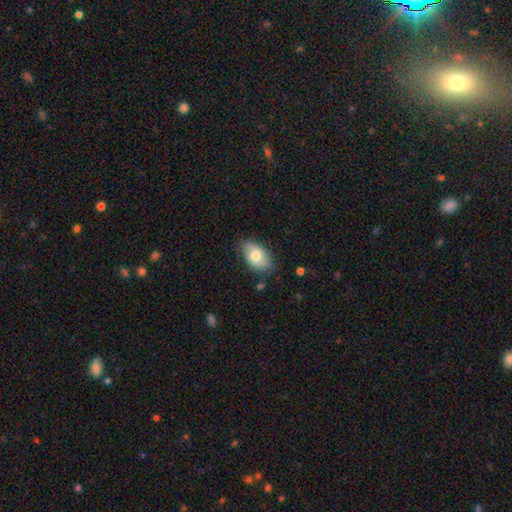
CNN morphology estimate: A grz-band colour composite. It shows a smooth galaxy with no disk features (71%) that is in between round and cigar-shaped (91%). Merging: none (70%).